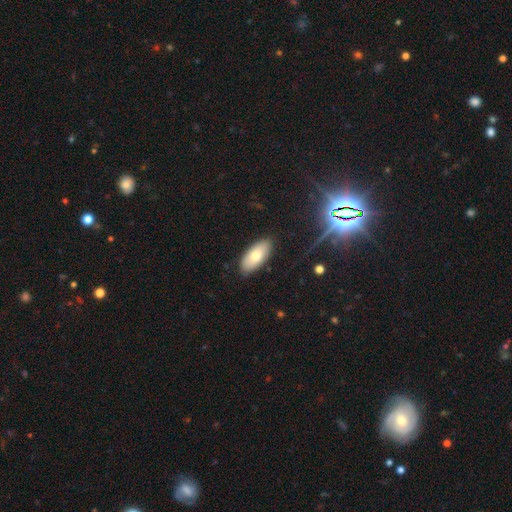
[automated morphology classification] This is likely a smooth galaxy (76%). How rounded: clearly in between (91%). Merging: clearly none (86%).